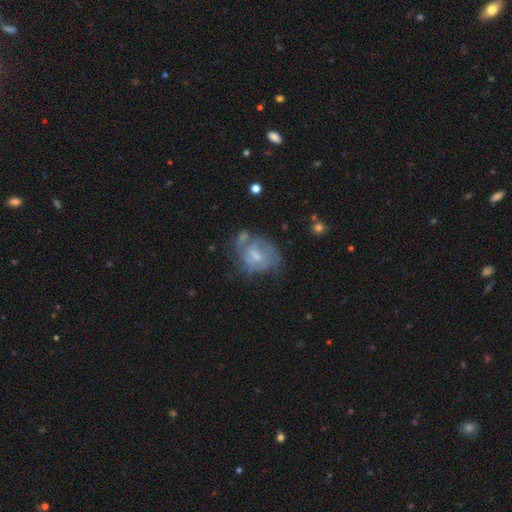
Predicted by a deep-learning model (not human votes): This is possibly a featured or disk galaxy (59%). It is clearly not viewed edge-on (97%). Bar: possibly weak (46%, tied with no). Spiral arm pattern: possibly yes (58%). Central bulge: possibly small (46%). Merging: marginally none (38%).